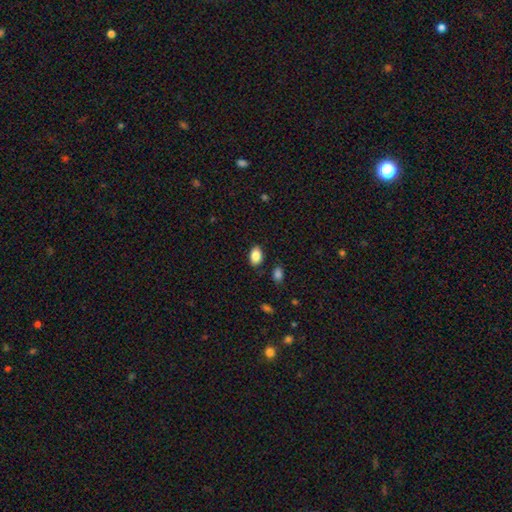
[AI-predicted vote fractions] smooth-or-featured: smooth: 87% | star or artifact: 8% | featured or disk: 5%
  how-rounded: in between: 86% | round: 13% | cigar-shaped: 1%
  merging: none: 85% | minor disturbance: 10% | major disturbance: 3% | merger: 2%